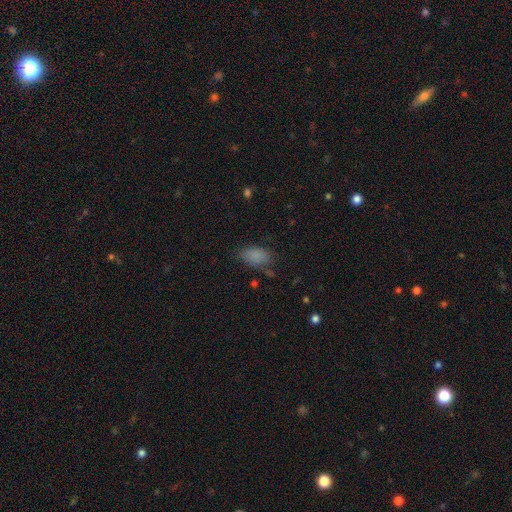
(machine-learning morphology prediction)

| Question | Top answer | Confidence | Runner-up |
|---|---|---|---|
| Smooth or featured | smooth | 85% | star or artifact (10%) |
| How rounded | in between | 91% | round (6%) |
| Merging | none | 70% | minor disturbance (21%) |